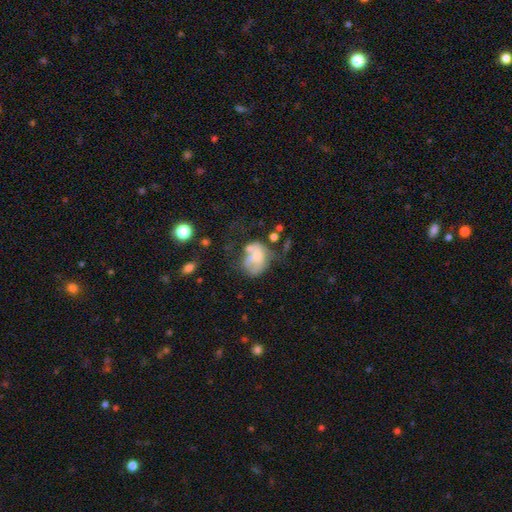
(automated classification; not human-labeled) Morphology: type=smooth (50%); merging=major disturbance (38%).